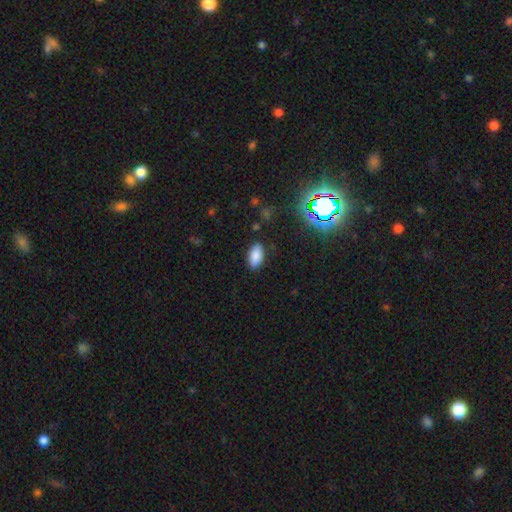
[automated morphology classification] This is clearly a smooth galaxy (84%). How rounded: clearly in between (92%). Merging: clearly none (87%).